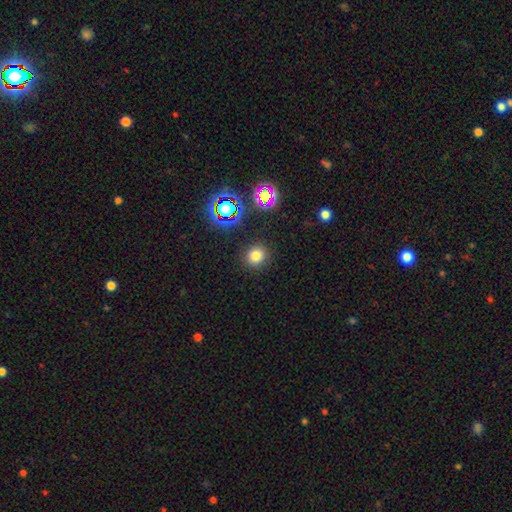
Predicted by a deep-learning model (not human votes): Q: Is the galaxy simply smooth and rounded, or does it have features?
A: smooth — 76%.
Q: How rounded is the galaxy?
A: round — 89%.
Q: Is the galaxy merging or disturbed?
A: none — 89%.